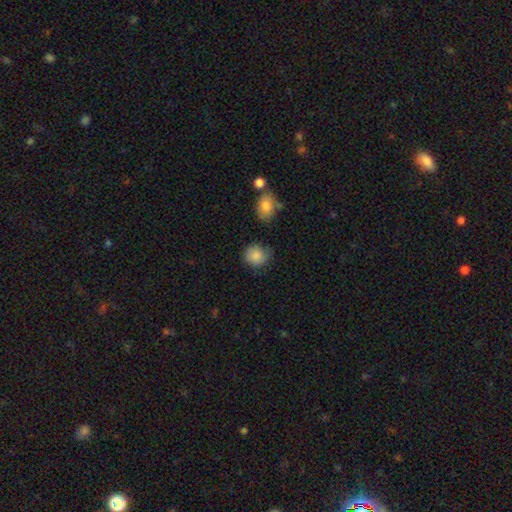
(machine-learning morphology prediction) This is clearly a smooth galaxy (87%). How rounded: clearly round (85%). Merging: likely none (75%).